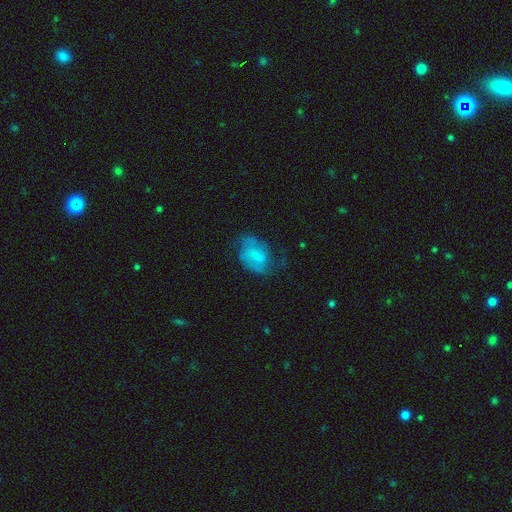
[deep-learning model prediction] Overall: featured or disk (51%; smooth 40%). Edge-on disk: no (97%). Merging: none (47%; minor disturbance 27%).